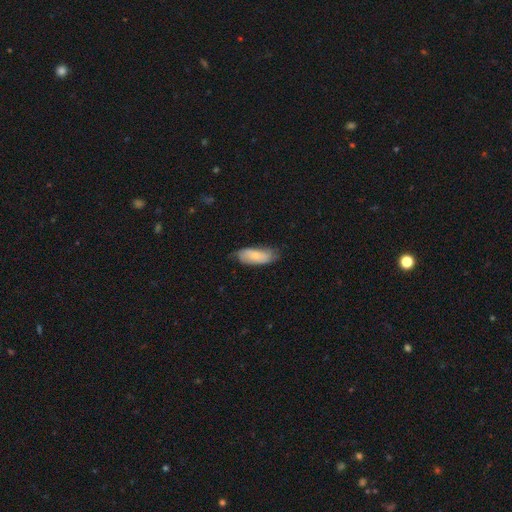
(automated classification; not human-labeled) Smooth or featured? Predicted: smooth (p=0.60). How rounded? Predicted: in between (p=0.82). Merging? Predicted: none (p=0.62).